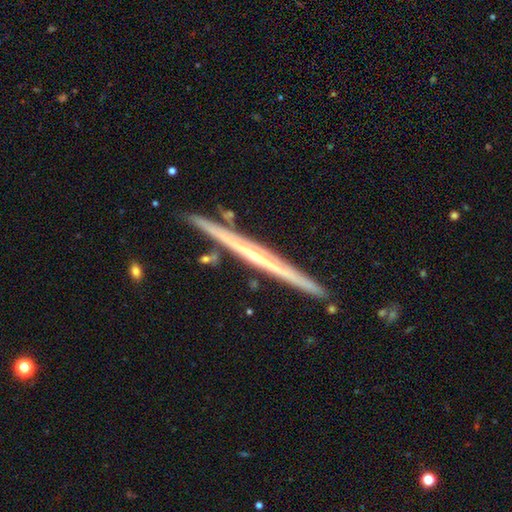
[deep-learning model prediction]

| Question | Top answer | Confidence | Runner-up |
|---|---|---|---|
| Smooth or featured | featured or disk | 77% | smooth (18%) |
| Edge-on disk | yes | 98% | no (2%) |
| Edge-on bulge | none | 62% | rounded (34%) |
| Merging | none | 90% | minor disturbance (7%) |